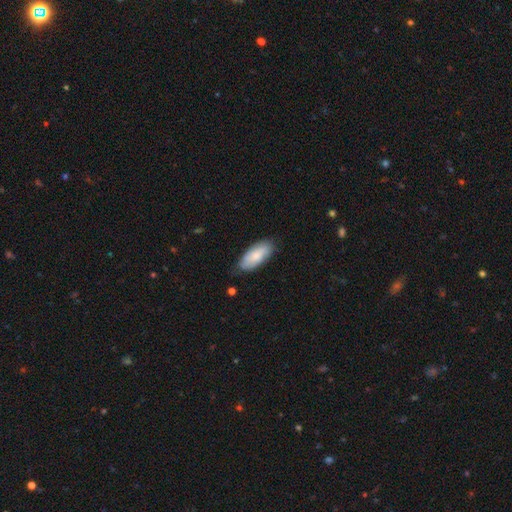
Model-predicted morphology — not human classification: Smooth or featured? Predicted: smooth (p=0.71). How rounded? Predicted: in between (p=0.87). Merging? Predicted: none (p=0.74).